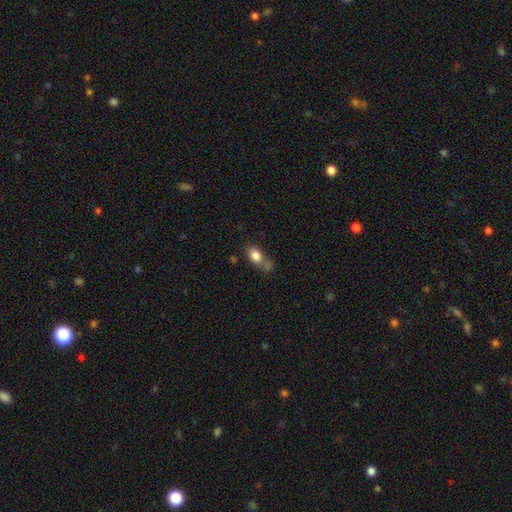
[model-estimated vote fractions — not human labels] Overall: smooth (81%). How rounded: in between (78%). Merging: none (43%; merger 29%).